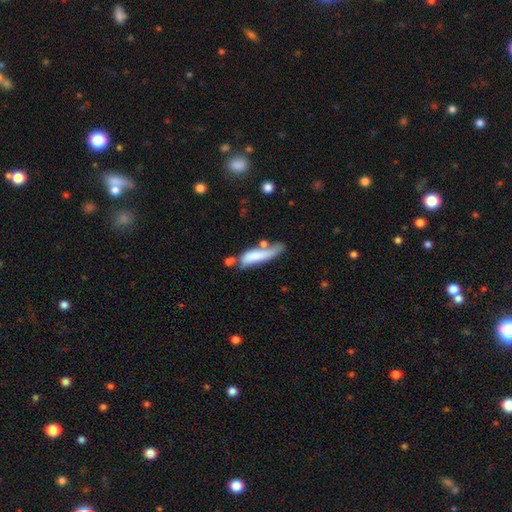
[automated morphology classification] Smooth or featured? Predicted: smooth (p=0.69). How rounded? Predicted: cigar-shaped (p=0.67). Merging? Predicted: none (p=0.32).